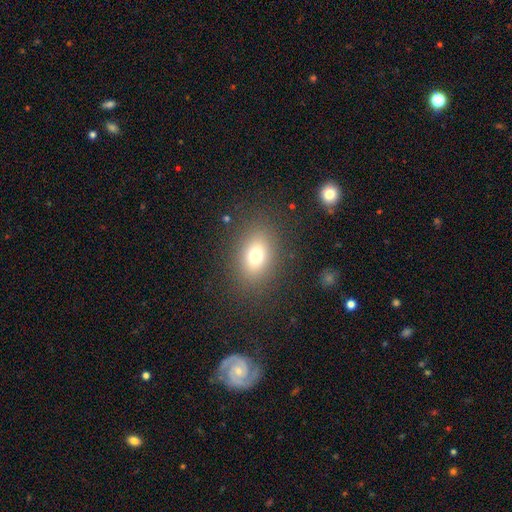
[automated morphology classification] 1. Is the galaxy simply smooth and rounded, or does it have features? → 72% smooth, 15% star or artifact, 13% featured or disk.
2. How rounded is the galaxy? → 68% in between, 30% round, 2% cigar-shaped.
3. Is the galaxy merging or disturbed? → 84% none, 9% minor disturbance, 5% major disturbance, 1% merger.